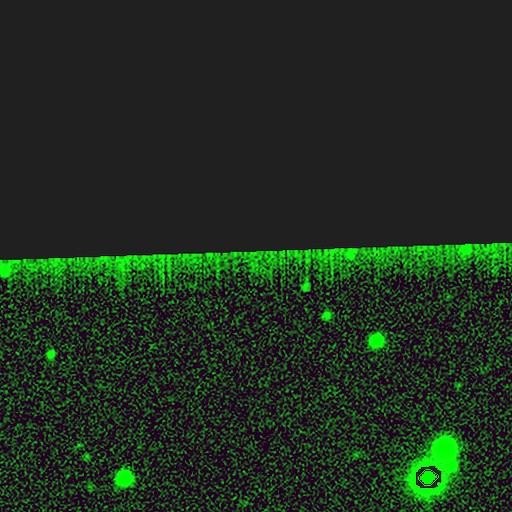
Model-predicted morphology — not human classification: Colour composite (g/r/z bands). It shows a star or artifact, not a galaxy (87%).